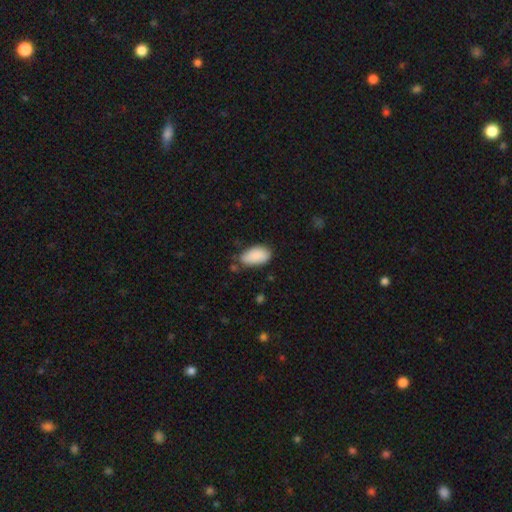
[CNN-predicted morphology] A smooth galaxy with no disk features (88%) that is in between round and cigar-shaped (94%).

Vote fractions:
- Smooth or featured? smooth: 88% / star or artifact: 6% / featured or disk: 6%
- How rounded? in between: 94% / round: 3% / cigar-shaped: 3%
- Merging? none: 63% / minor disturbance: 28% / major disturbance: 5% / merger: 4%